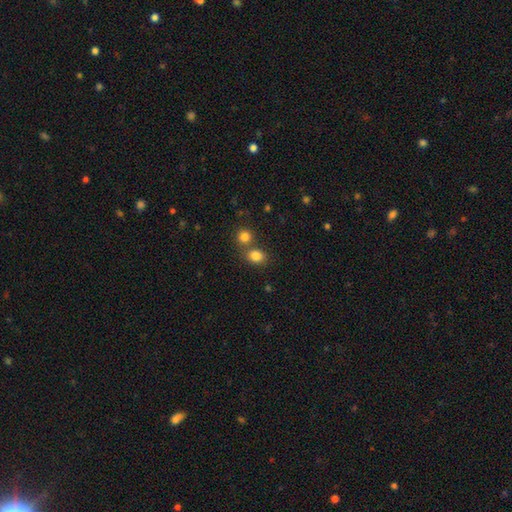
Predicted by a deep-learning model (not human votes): A smooth galaxy with no disk features (83%) that is round (56%).

Vote fractions:
- Smooth or featured? smooth: 83% / star or artifact: 12% / featured or disk: 6%
- How rounded? round: 56% / in between: 43% / cigar-shaped: 1%
- Merging? none: 59% / merger: 29% / minor disturbance: 9% / major disturbance: 3%